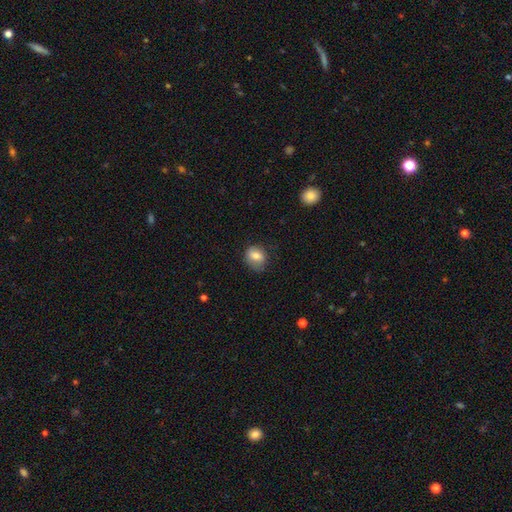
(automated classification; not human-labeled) The model was most divided on "how rounded": round: 57%, in between: 42%, cigar-shaped: 1%. More confident: smooth or featured — smooth (79%); merging — none (68%).